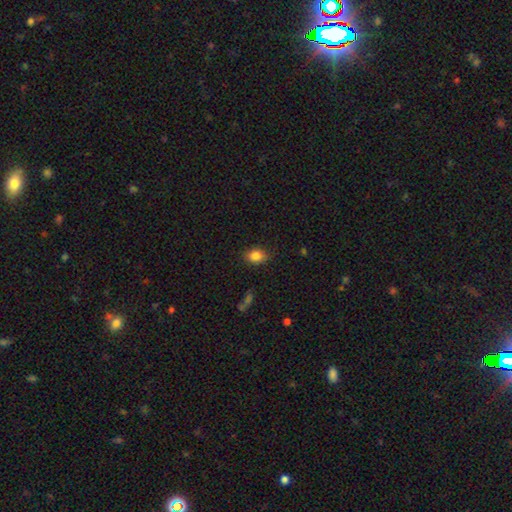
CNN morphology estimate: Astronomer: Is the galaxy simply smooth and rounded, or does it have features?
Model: smooth — 84%.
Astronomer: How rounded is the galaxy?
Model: in between — 68%.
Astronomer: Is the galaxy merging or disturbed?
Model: none — 83%.